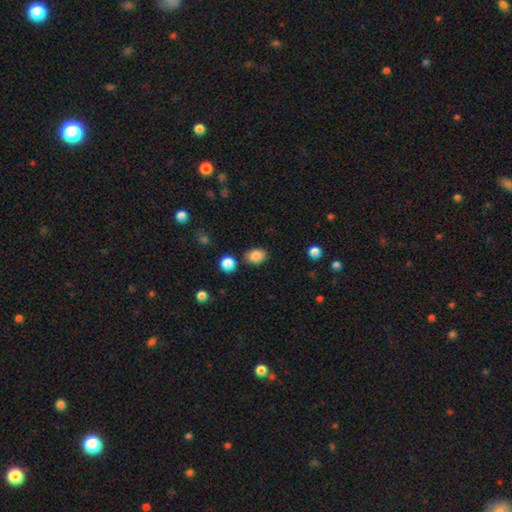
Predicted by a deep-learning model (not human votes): smooth_or_featured: smooth (p=0.86) [alt: star or artifact p=0.09]
how_rounded: in between (p=0.62) [alt: round p=0.37]
merging: none (p=0.80) [alt: minor disturbance p=0.11]